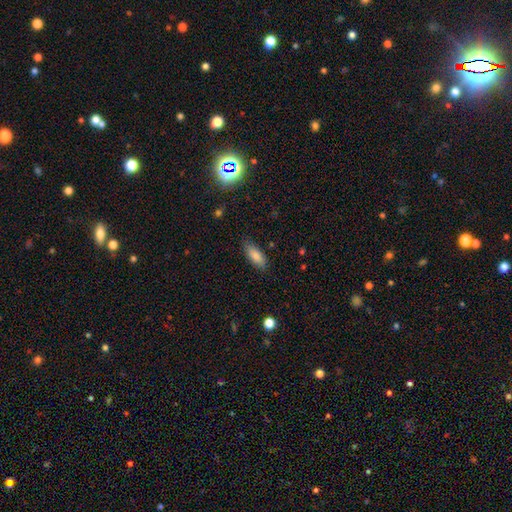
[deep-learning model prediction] smooth 84%, featured or disk 9%, star or artifact 7%. Down the decision tree: how rounded — in between (74%); merging — none (82%).